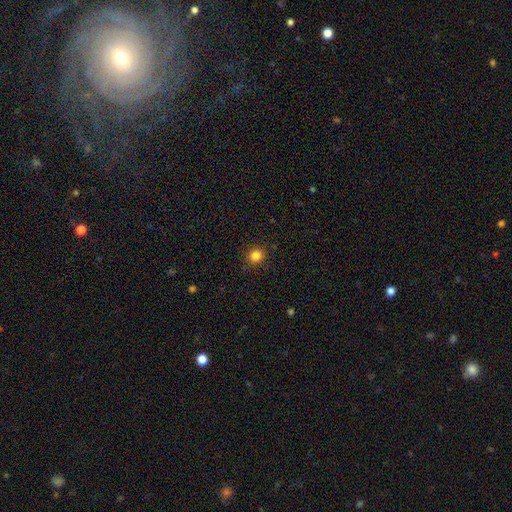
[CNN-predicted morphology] smooth 83%, star or artifact 13%, featured or disk 4%. Down the decision tree: how rounded — round (88%); merging — none (89%).